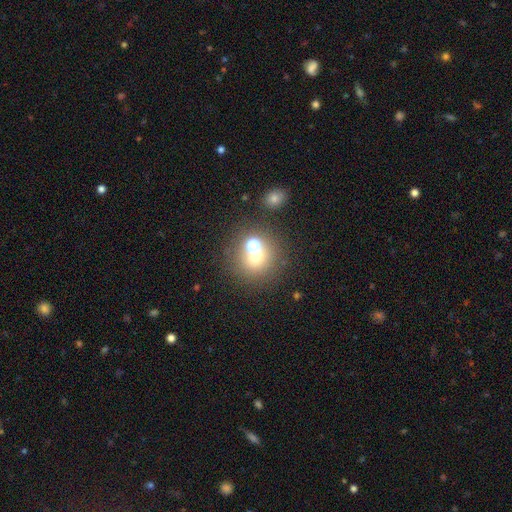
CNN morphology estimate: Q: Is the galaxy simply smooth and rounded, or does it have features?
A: smooth — 62%.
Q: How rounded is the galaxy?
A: round — 88%.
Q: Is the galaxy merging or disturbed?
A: none — 57%.